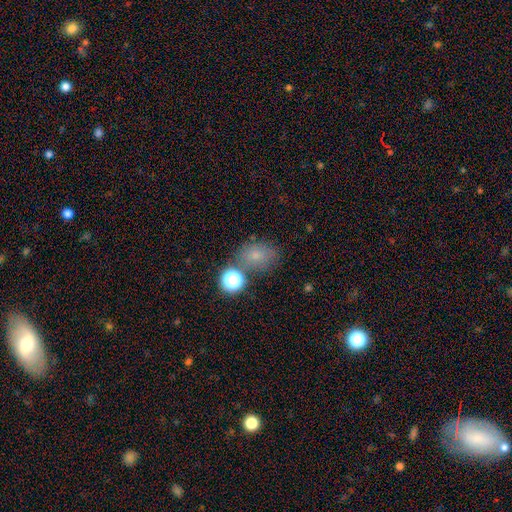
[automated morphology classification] Overall: smooth (69%). How rounded: in between (57%; round 41%). Merging: none (61%).